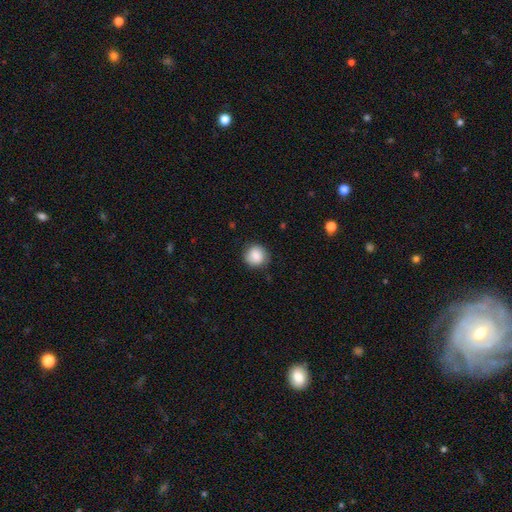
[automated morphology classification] Smooth or featured? Predicted: smooth (p=0.85). How rounded? Predicted: round (p=0.91). Merging? Predicted: none (p=0.85).